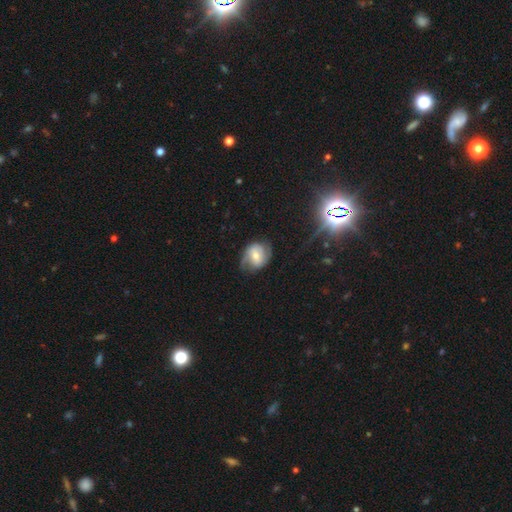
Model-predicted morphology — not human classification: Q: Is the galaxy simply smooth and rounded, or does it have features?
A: featured or disk — 55%.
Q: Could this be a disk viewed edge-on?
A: no — 96%.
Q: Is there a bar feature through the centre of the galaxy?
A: no — 44%.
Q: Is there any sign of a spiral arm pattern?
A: yes — 81%.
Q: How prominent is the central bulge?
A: moderate — 52%.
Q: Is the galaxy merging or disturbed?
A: none — 65%.